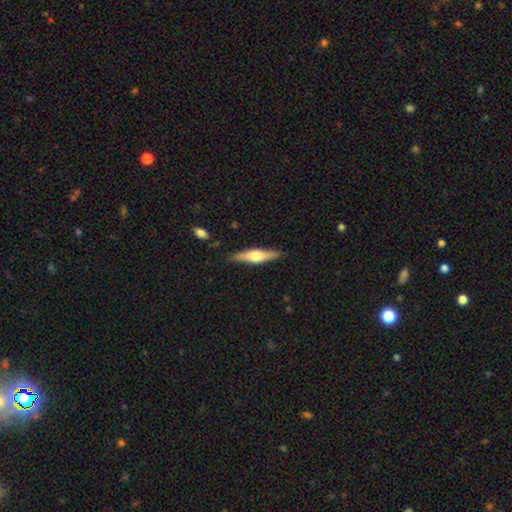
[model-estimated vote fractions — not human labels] Smooth or featured? featured or disk (49%)
Merging? none (87%)